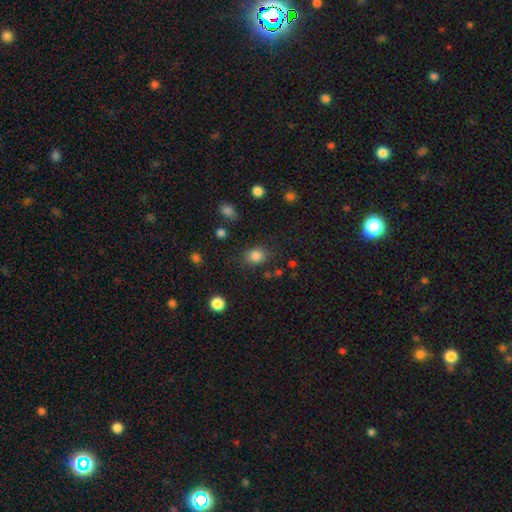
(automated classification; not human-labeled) A smooth galaxy with no disk features (83%) that is round (52%). Merging: none (79%).